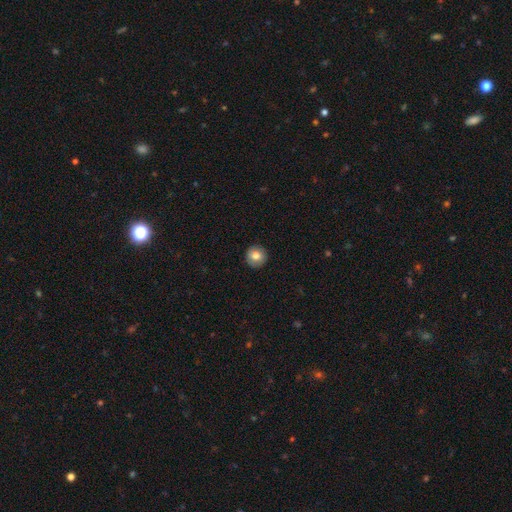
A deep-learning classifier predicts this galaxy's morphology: The model was most divided on "smooth or featured": smooth: 80%, featured or disk: 11%, star or artifact: 9%. More confident: how rounded — round (94%); merging — none (90%).